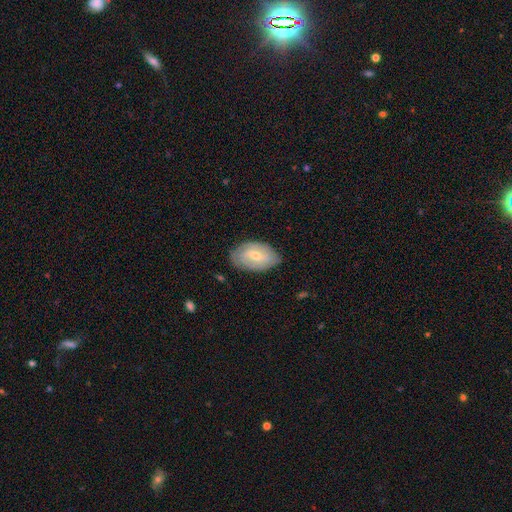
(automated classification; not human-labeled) A featured or disk galaxy (47%, tied with smooth). Merging: none (73%).